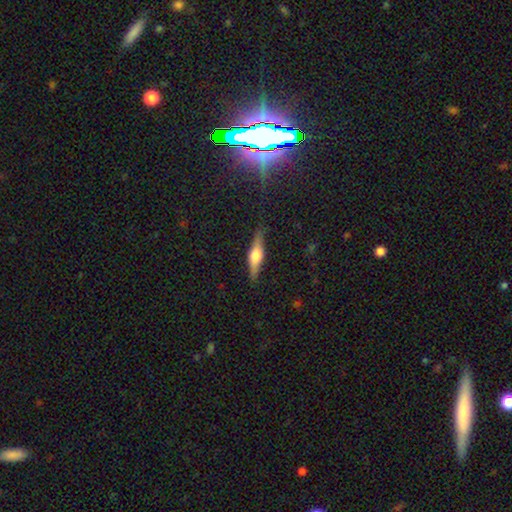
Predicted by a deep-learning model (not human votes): Smooth or featured? featured or disk (59%)
Edge-on disk? yes (96%)
Edge-on bulge? rounded (90%)
Merging? none (87%)